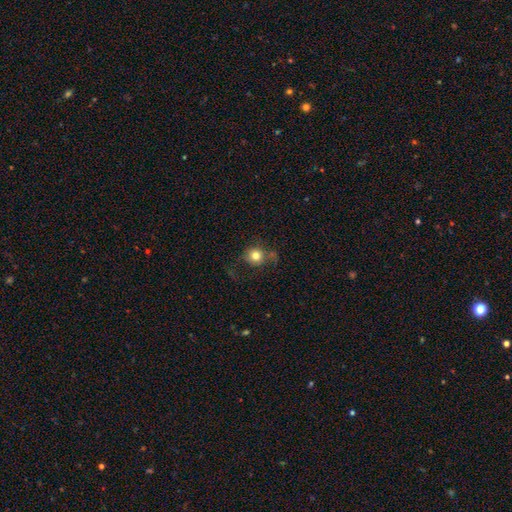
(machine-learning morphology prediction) Smooth or featured? Predicted: smooth (p=0.76). How rounded? Predicted: round (p=0.85). Merging? Predicted: none (p=0.60).